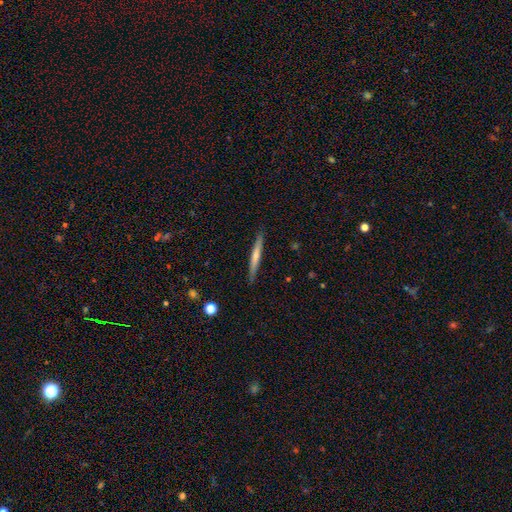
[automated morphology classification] Smooth or featured? smooth (57%)
How rounded? cigar-shaped (96%)
Merging? none (88%)